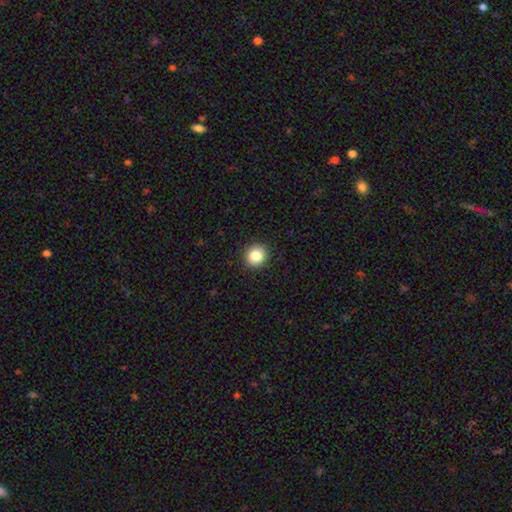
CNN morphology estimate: Overall: smooth (85%). How rounded: round (89%). Merging: none (91%).